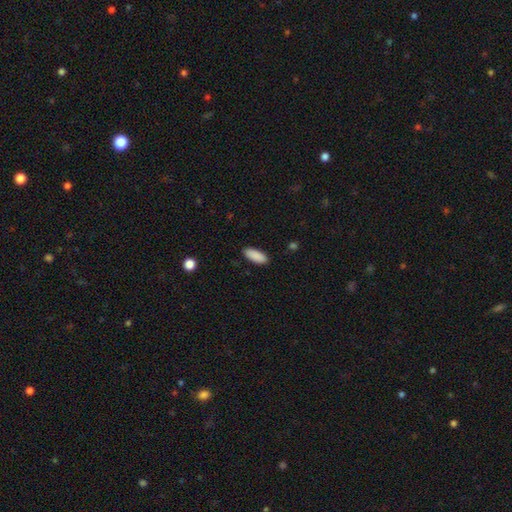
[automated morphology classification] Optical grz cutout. It shows a smooth galaxy with no disk features (90%) that is in between round and cigar-shaped (78%). Merging: none (89%).